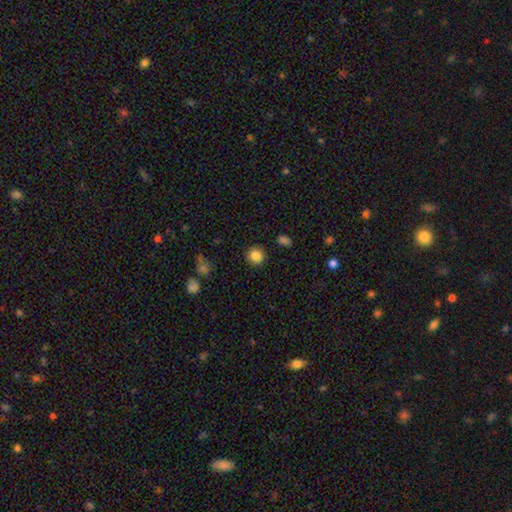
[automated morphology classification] smooth-or-featured: smooth: 85% | star or artifact: 10% | featured or disk: 4%
  how-rounded: round: 91% | in between: 8% | cigar-shaped: 1%
  merging: none: 89% | minor disturbance: 7% | major disturbance: 2% | merger: 2%